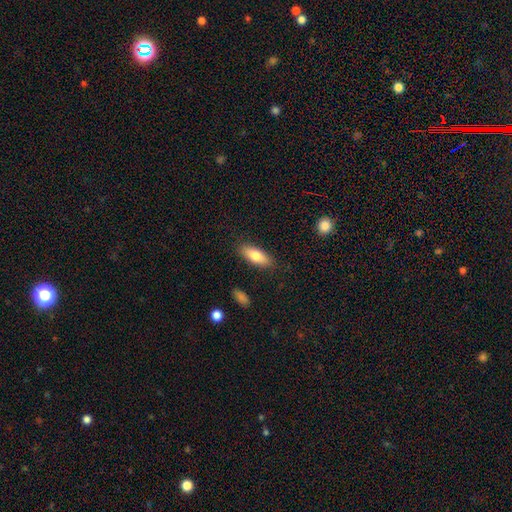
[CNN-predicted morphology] This appears to be a smooth galaxy with no disk features (78%) that is in between round and cigar-shaped (69%). Merging: none (86%).